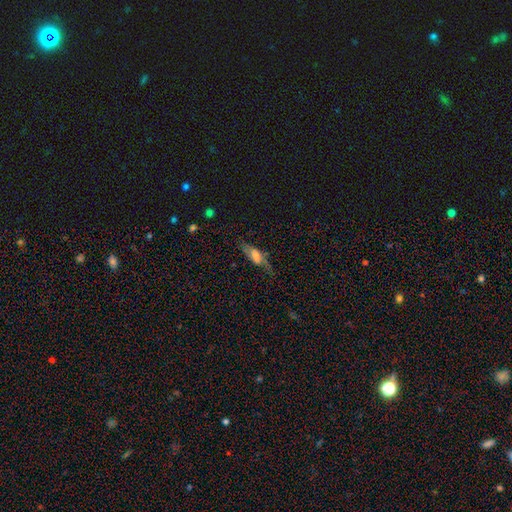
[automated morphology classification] smooth_or_featured: smooth (p=0.54) [alt: featured or disk p=0.36]
how_rounded: in between (p=0.65) [alt: cigar-shaped p=0.31]
merging: none (p=0.51) [alt: minor disturbance p=0.27]